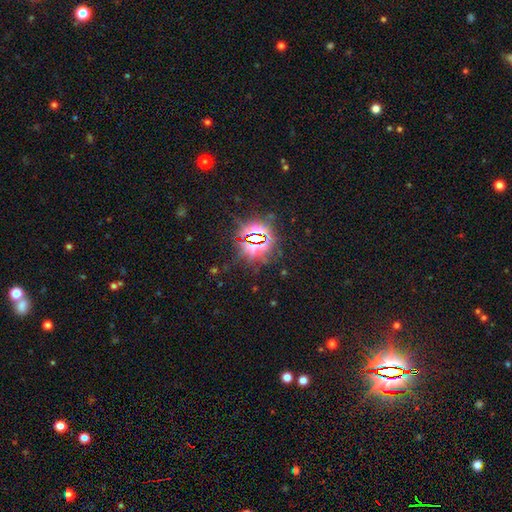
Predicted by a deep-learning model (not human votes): A star or artifact, not a galaxy (81%).

Vote fractions:
- Smooth or featured? star or artifact: 81% / smooth: 12% / featured or disk: 7%